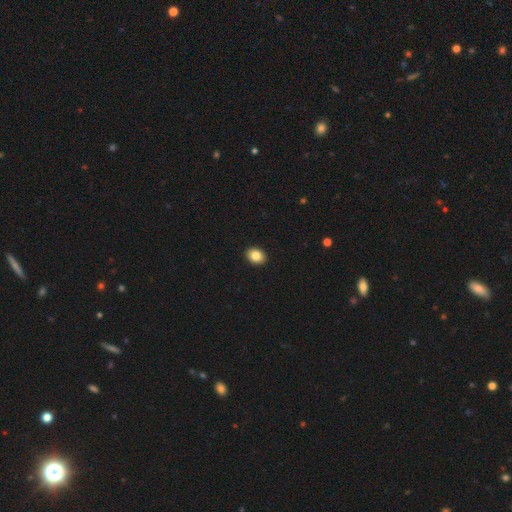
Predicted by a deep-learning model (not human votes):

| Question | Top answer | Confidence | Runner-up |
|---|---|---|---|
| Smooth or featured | smooth | 85% | star or artifact (8%) |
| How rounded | in between | 63% | round (36%) |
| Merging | none | 92% | minor disturbance (5%) |